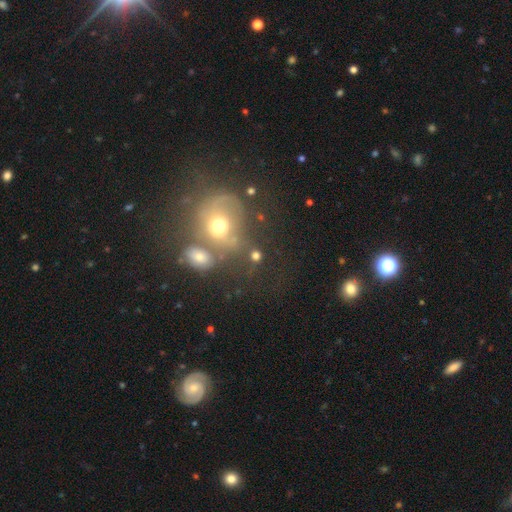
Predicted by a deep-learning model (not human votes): Smooth or featured: smooth — 68% (star or artifact — 18%)
How rounded: round — 79% (in between — 19%)
Merging: none — 56% (merger — 23%)